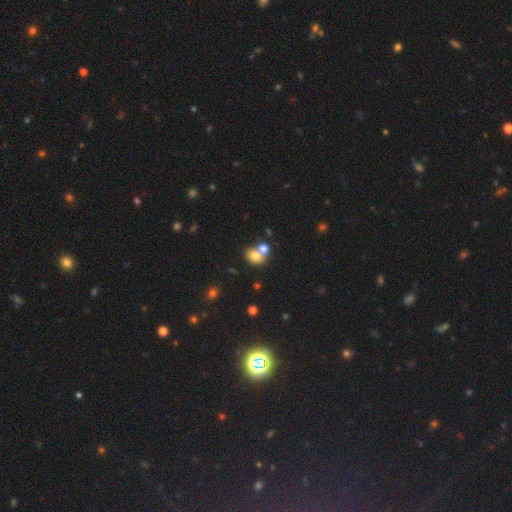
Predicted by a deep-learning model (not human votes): Q: Smooth or featured?
A: smooth (75%); runner-up: featured or disk (14%)
Q: How rounded?
A: round (58%); runner-up: in between (41%)
Q: Merging?
A: merger (48%); runner-up: none (41%)